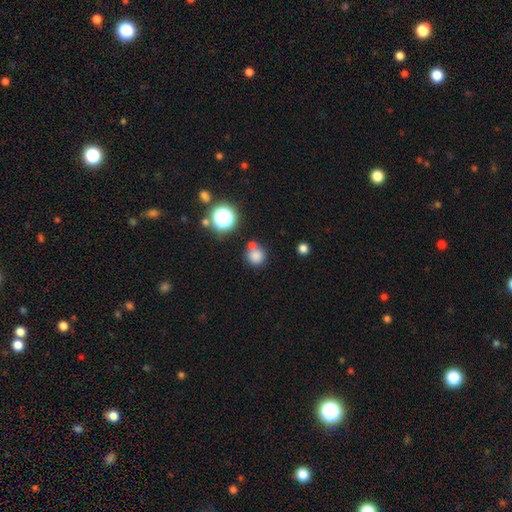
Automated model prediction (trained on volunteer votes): The model was most divided on "merging": none: 63%, merger: 23%, minor disturbance: 10%, major disturbance: 4%. More confident: how rounded — round (91%); smooth or featured — smooth (78%).